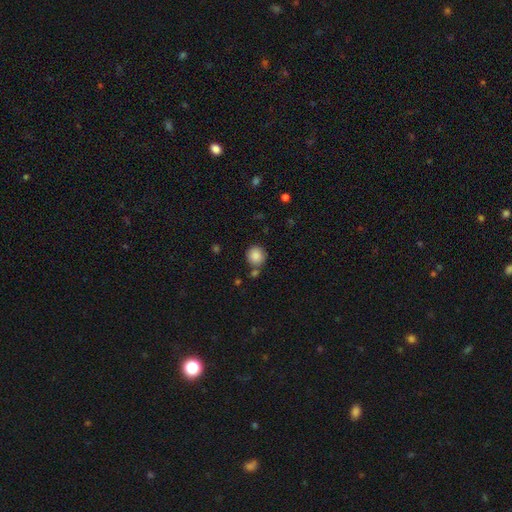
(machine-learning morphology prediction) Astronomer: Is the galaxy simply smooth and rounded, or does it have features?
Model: smooth — 87%.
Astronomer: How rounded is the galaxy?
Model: round — 92%.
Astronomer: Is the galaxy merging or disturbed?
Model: none — 79%.